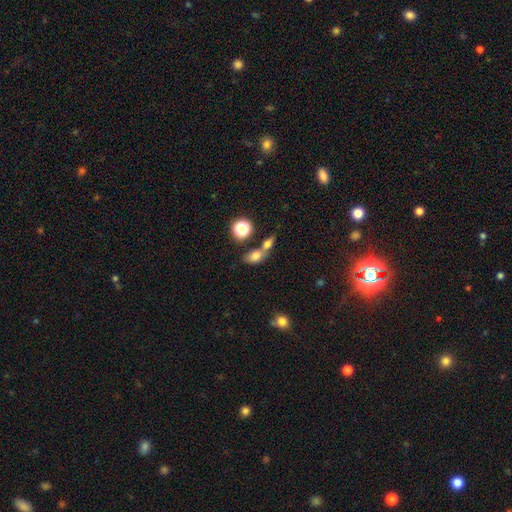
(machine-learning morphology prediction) type=smooth (75%); roundness=in between (73%); merging=merger (47%).